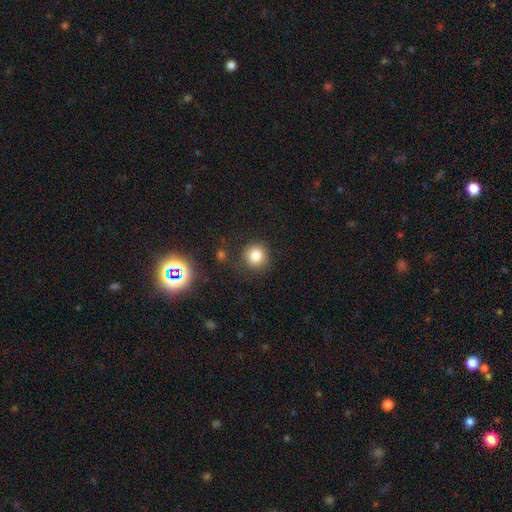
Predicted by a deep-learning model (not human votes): A smooth galaxy with no disk features (82%) that is round (92%). Merging: none (85%).